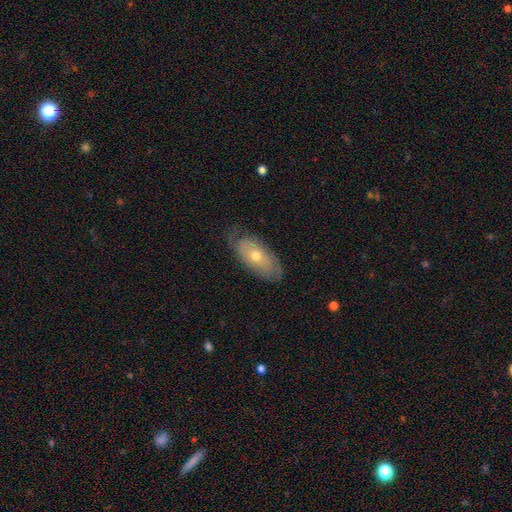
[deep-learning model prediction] Smooth or featured? Predicted: smooth (p=0.49). Merging? Predicted: none (p=0.65).